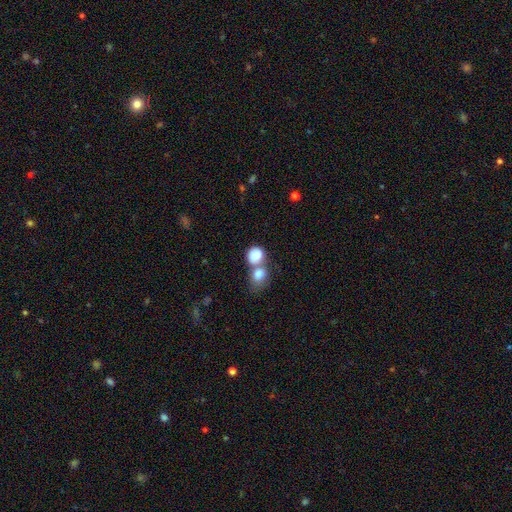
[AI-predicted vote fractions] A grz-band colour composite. It shows a smooth galaxy with no disk features (82%) that is round (65%). Merging: merger (65%).